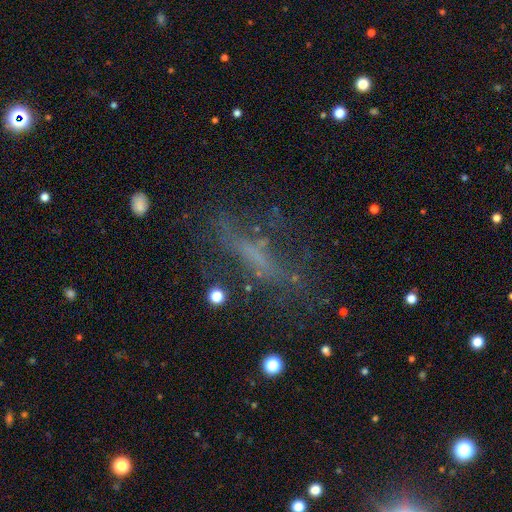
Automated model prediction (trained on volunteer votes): Morphology: type=featured or disk (43%); merging=none (55%).